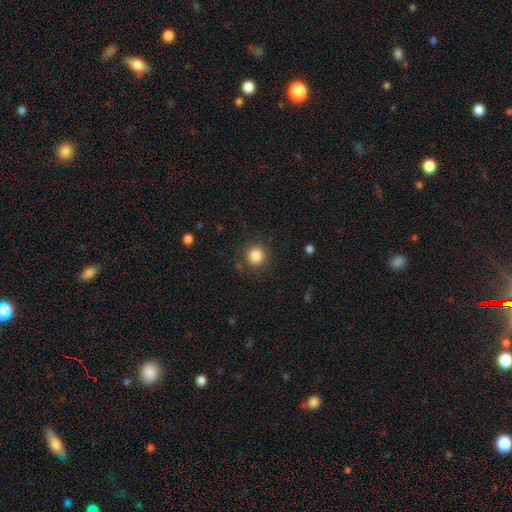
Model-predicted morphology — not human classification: A smooth galaxy with no disk features (85%) that is round (93%). Merging: none (87%).